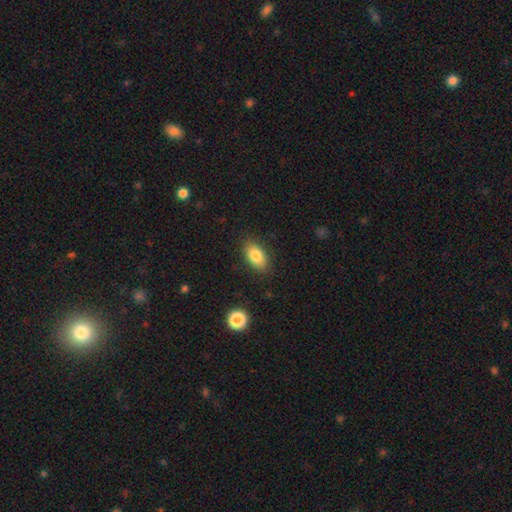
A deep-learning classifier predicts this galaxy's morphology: smooth 83%, featured or disk 9%, star or artifact 8%. Down the decision tree: how rounded — in between (90%); merging — none (85%).